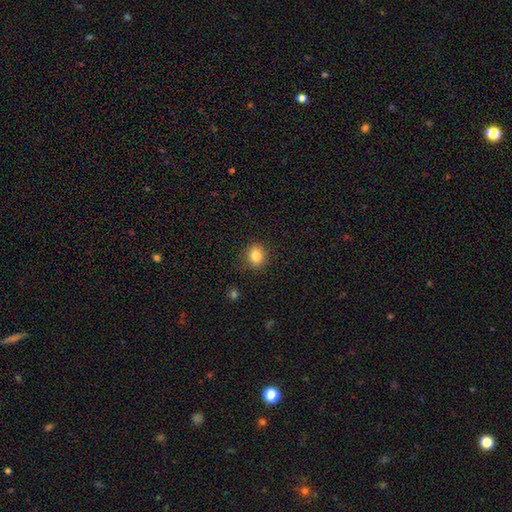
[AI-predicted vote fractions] The model was most divided on "how rounded": round: 66%, in between: 33%, cigar-shaped: 1%. More confident: merging — none (87%); smooth or featured — smooth (84%).